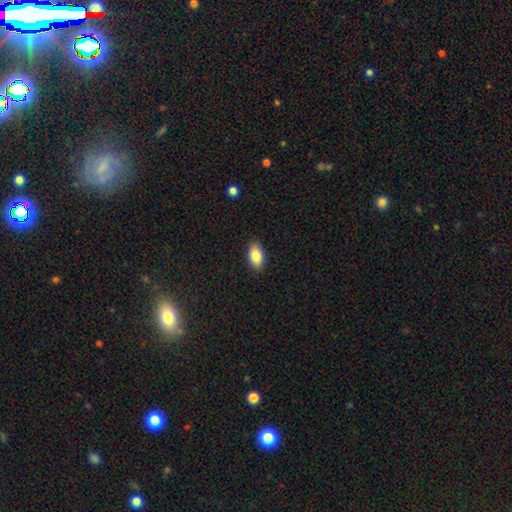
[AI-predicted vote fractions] Q: Smooth or featured?
A: smooth (84%); runner-up: featured or disk (9%)
Q: How rounded?
A: in between (92%); runner-up: round (4%)
Q: Merging?
A: none (89%); runner-up: minor disturbance (8%)